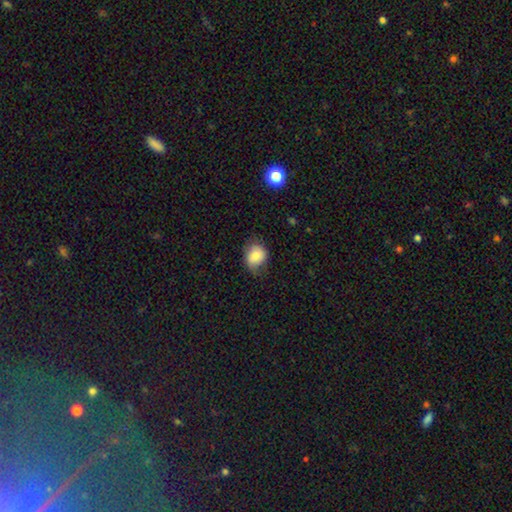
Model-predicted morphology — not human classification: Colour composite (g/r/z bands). It shows a smooth galaxy with no disk features (77%) that is round (60%). Merging: none (63%).